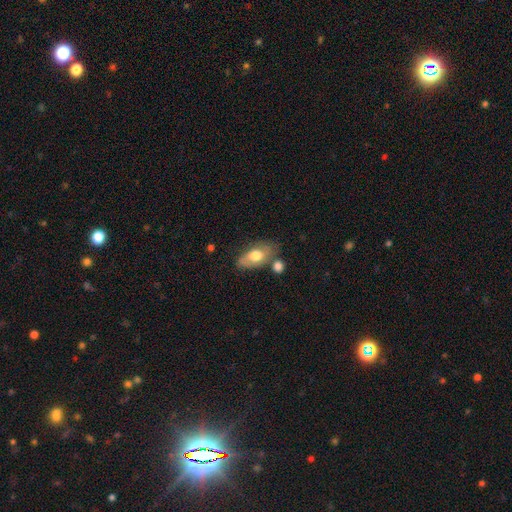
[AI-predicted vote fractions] smooth_or_featured: smooth (p=0.60) [alt: featured or disk p=0.34]
how_rounded: in between (p=0.90) [alt: round p=0.06]
merging: none (p=0.58) [alt: minor disturbance p=0.21]